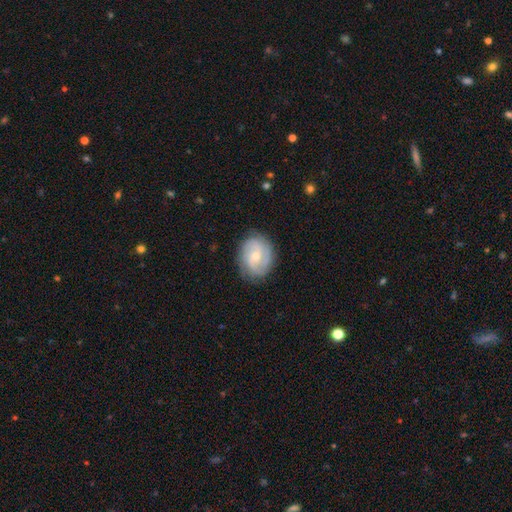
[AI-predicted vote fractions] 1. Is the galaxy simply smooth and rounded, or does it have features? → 72% featured or disk, 22% smooth, 6% star or artifact.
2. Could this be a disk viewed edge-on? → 97% no, 3% yes.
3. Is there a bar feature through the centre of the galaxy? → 63% no, 32% weak, 5% strong.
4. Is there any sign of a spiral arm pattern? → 92% yes, 8% no.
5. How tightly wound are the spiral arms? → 52% tight, 37% medium, 11% loose.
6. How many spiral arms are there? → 39% 2, 25% can't tell, 24% 3, 5% 4, 4% 1, 4% more than 4.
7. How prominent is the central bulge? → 51% small, 45% moderate, 2% large, 1% none, 1% dominant.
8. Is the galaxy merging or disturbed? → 80% none, 15% minor disturbance, 4% major disturbance, 1% merger.